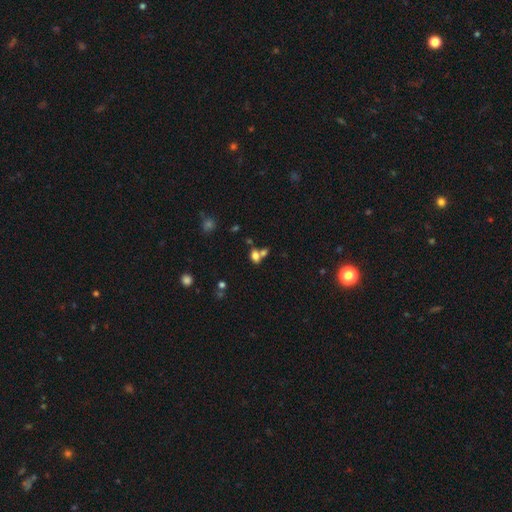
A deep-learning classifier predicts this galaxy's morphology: smooth-or-featured: smooth: 73% | star or artifact: 14% | featured or disk: 13%
  how-rounded: in between: 78% | round: 19% | cigar-shaped: 3%
  merging: merger: 45% | none: 40% | minor disturbance: 10% | major disturbance: 5%